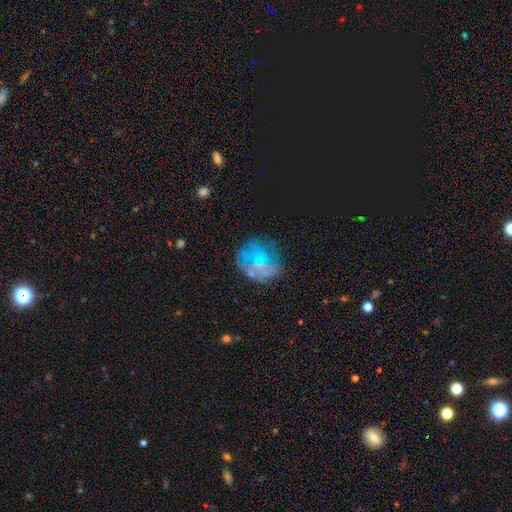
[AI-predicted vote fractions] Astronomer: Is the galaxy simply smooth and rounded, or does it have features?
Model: featured or disk — 47% (runner-up: smooth, 31%).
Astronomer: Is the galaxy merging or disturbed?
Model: none — 59%.